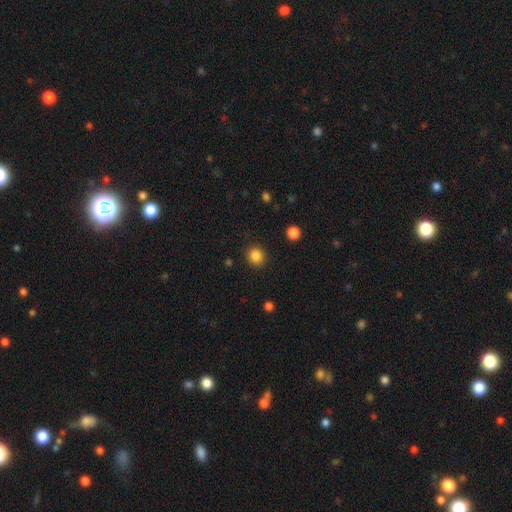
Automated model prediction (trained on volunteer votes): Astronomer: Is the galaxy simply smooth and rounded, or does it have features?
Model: smooth — 86%.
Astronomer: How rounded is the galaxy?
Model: round — 87%.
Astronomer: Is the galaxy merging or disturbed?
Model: none — 91%.